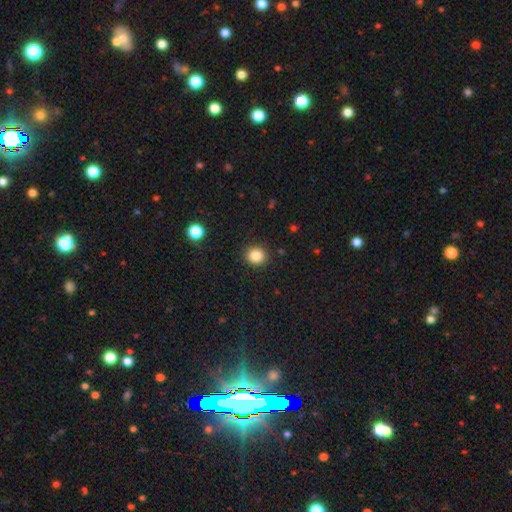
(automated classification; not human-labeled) smooth_or_featured: smooth (p=0.86) [alt: star or artifact p=0.11]
how_rounded: round (p=0.85) [alt: in between p=0.14]
merging: none (p=0.90) [alt: minor disturbance p=0.07]